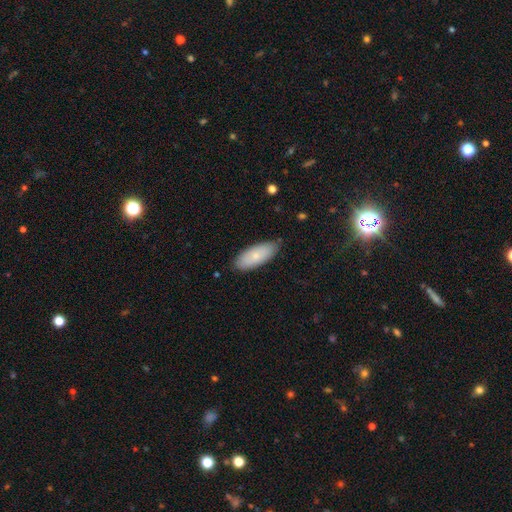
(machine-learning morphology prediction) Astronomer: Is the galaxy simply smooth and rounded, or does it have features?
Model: smooth — 75%.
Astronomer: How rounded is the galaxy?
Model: in between — 82%.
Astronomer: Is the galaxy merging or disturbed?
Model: none — 82%.